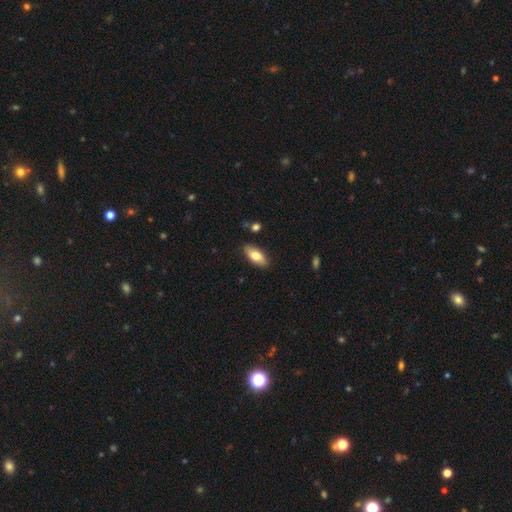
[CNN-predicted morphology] This is likely a smooth galaxy (76%). How rounded: clearly in between (87%). Merging: clearly none (86%).